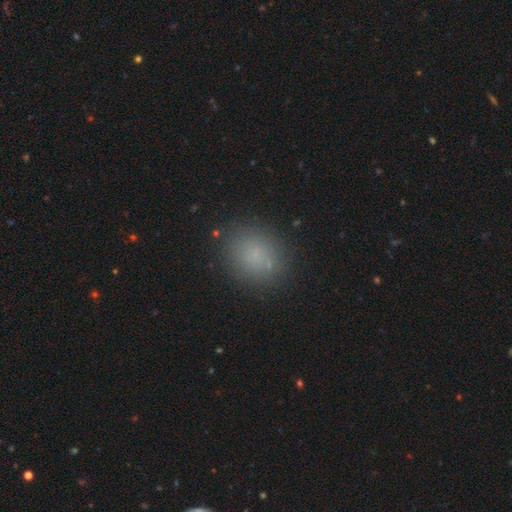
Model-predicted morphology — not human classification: Q: Smooth or featured?
A: smooth (78%); runner-up: star or artifact (14%)
Q: How rounded?
A: round (64%); runner-up: in between (35%)
Q: Merging?
A: none (83%); runner-up: minor disturbance (10%)